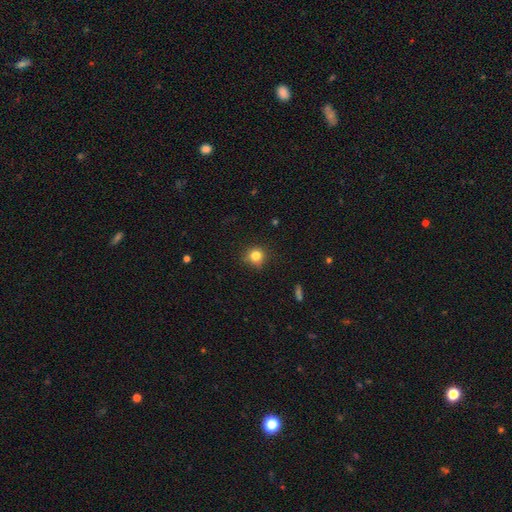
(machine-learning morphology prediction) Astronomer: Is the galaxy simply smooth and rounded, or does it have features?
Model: smooth — 81%.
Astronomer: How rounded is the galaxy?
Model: round — 88%.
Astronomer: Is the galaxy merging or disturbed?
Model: none — 79%.